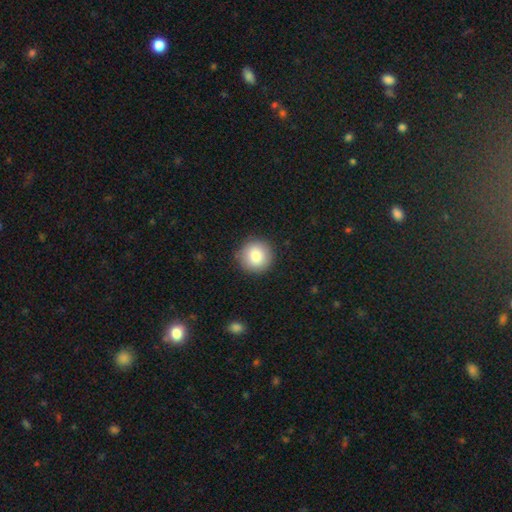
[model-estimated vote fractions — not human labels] smooth 84%, featured or disk 8%, star or artifact 8%. Down the decision tree: how rounded — round (95%); merging — none (90%).